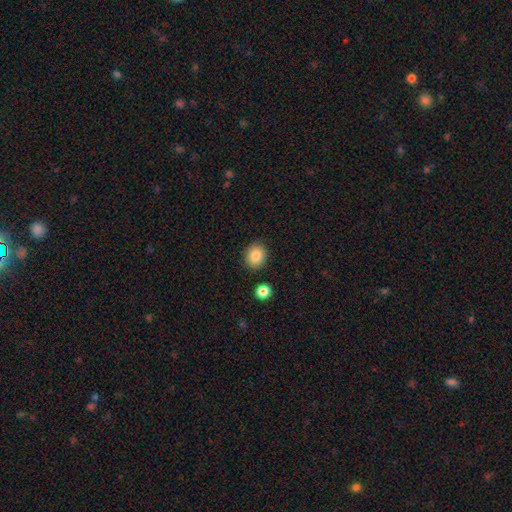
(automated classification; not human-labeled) Morphology: type=smooth (85%); roundness=round (68%); merging=none (88%).